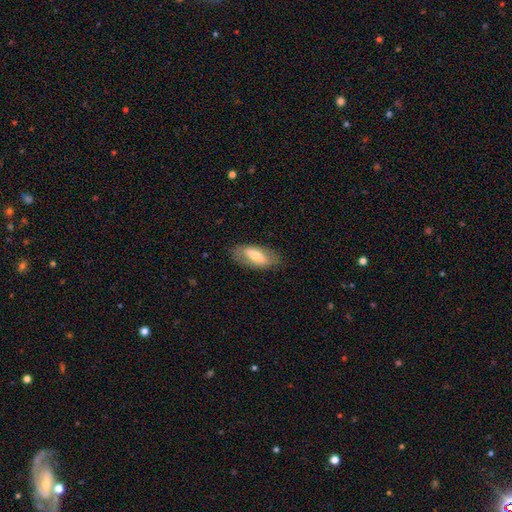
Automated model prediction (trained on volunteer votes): Smooth or featured? Predicted: smooth (p=0.56). How rounded? Predicted: in between (p=0.81). Merging? Predicted: none (p=0.77).